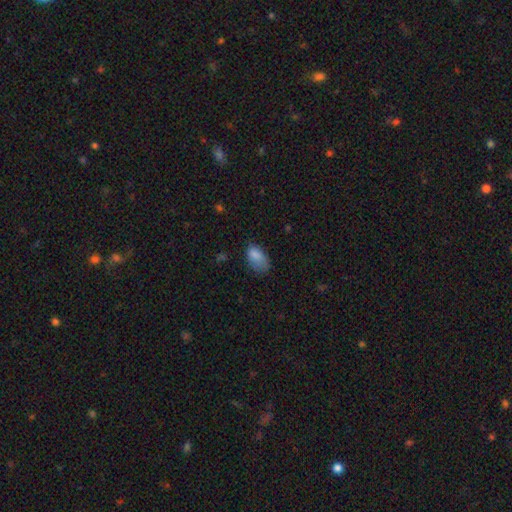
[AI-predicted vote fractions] smooth 82%, star or artifact 9%, featured or disk 9%. Down the decision tree: how rounded — in between (91%); merging — none (43%).